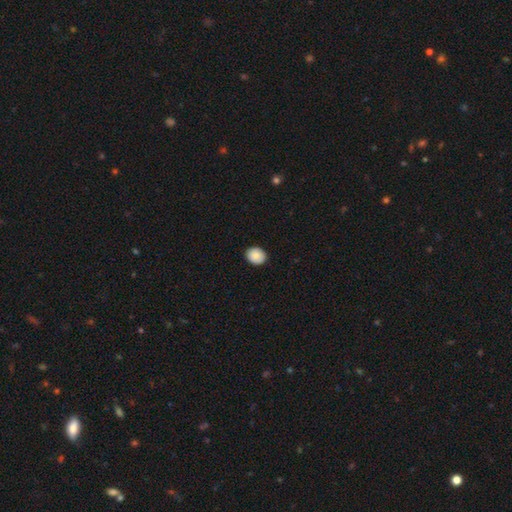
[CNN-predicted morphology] A smooth galaxy with no disk features (85%) that is round (65%).

Vote fractions:
- Smooth or featured? smooth: 85% / star or artifact: 8% / featured or disk: 7%
- How rounded? round: 65% / in between: 34% / cigar-shaped: 1%
- Merging? none: 89% / minor disturbance: 9% / major disturbance: 2% / merger: 1%